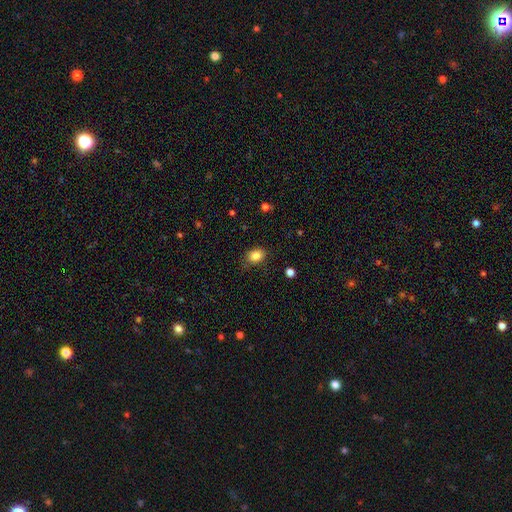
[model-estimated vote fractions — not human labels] The model was most divided on "how rounded": in between: 60%, round: 39%, cigar-shaped: 1%. More confident: smooth or featured — smooth (84%); merging — none (80%).